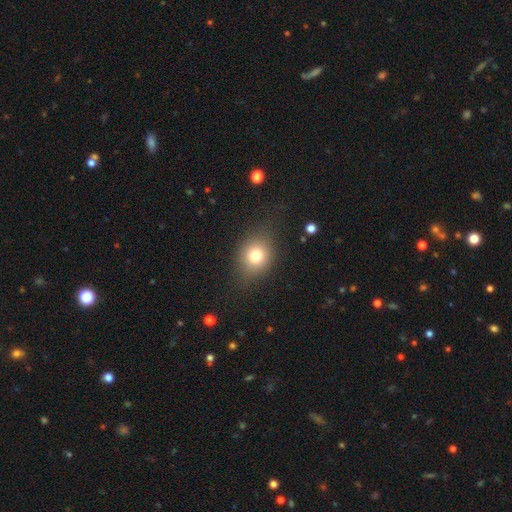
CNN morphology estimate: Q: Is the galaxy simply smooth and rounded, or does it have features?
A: smooth — 76%.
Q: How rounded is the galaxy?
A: round — 59%.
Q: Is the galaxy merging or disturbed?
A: none — 75%.